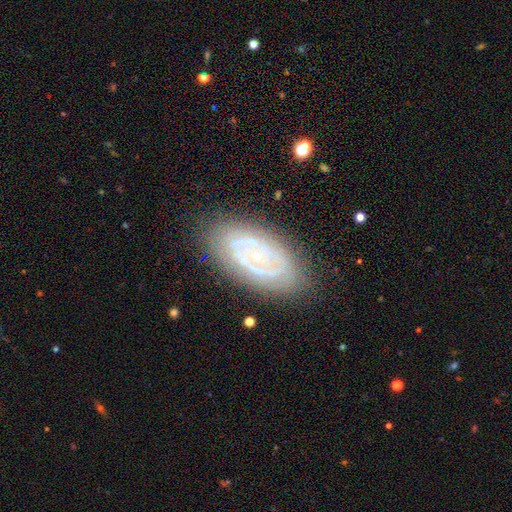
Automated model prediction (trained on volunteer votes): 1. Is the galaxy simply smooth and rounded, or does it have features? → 76% featured or disk, 17% smooth, 7% star or artifact.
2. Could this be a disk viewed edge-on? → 93% no, 7% yes.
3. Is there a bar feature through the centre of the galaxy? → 69% no, 21% weak, 9% strong.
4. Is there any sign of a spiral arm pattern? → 61% yes, 39% no.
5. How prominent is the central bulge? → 78% small, 17% moderate, 2% none, 2% large, 1% dominant.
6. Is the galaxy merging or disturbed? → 80% none, 14% minor disturbance, 5% major disturbance, 1% merger.